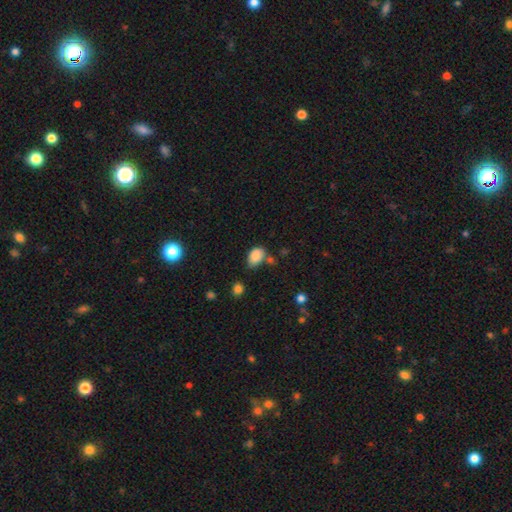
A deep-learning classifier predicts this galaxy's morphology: Overall: smooth (86%). How rounded: in between (85%). Merging: none (52%; minor disturbance 31%).